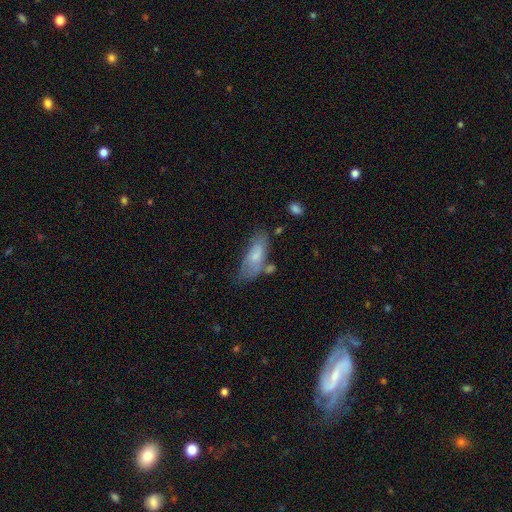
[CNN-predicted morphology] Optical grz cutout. It shows a smooth galaxy with no disk features (64%) that is in between round and cigar-shaped (76%). Merging: none (51%).